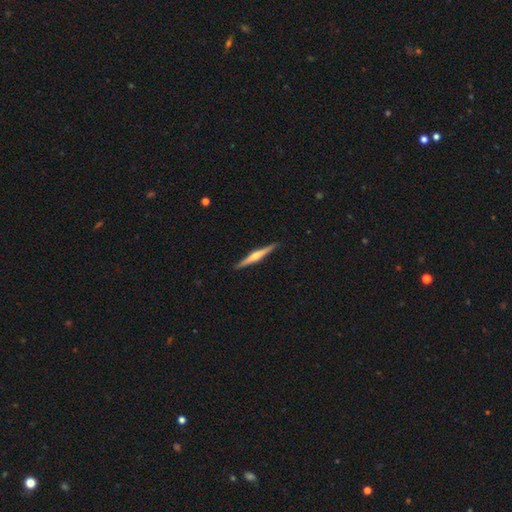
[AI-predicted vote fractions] smooth-or-featured: featured or disk: 71% | smooth: 24% | star or artifact: 5%
  disk-edge-on: yes: 98% | no: 2%
    edge-on-bulge: rounded: 81% | none: 10% | boxy: 9%
  merging: none: 91% | minor disturbance: 6% | major disturbance: 1% | merger: 1%